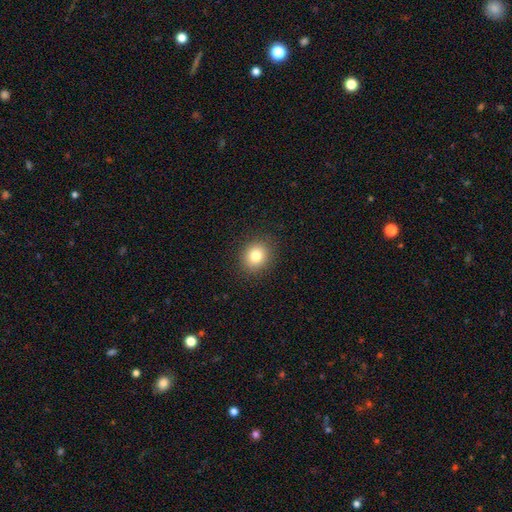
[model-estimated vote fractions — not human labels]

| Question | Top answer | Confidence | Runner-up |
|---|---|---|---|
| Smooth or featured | smooth | 81% | star or artifact (11%) |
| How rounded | round | 75% | in between (24%) |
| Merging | none | 90% | minor disturbance (7%) |